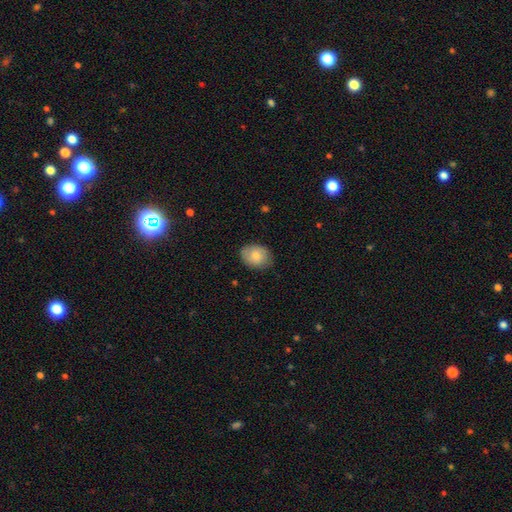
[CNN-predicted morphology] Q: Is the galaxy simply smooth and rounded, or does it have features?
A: smooth — 81%.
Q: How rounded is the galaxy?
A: in between — 59%.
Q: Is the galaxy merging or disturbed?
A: none — 82%.